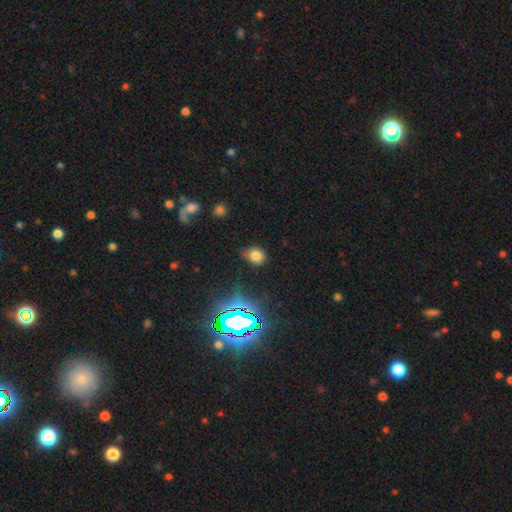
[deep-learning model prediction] Morphology: type=smooth (71%); roundness=round (57%); merging=none (70%).